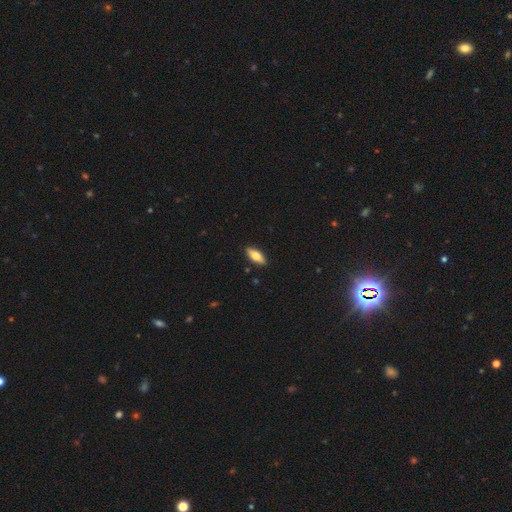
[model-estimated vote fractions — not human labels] A smooth galaxy with no disk features (68%) that is in between round and cigar-shaped (70%).

Vote fractions:
- Smooth or featured? smooth: 68% / featured or disk: 26% / star or artifact: 6%
- How rounded? in between: 70% / cigar-shaped: 27% / round: 2%
- Merging? none: 89% / minor disturbance: 8% / major disturbance: 2% / merger: 1%